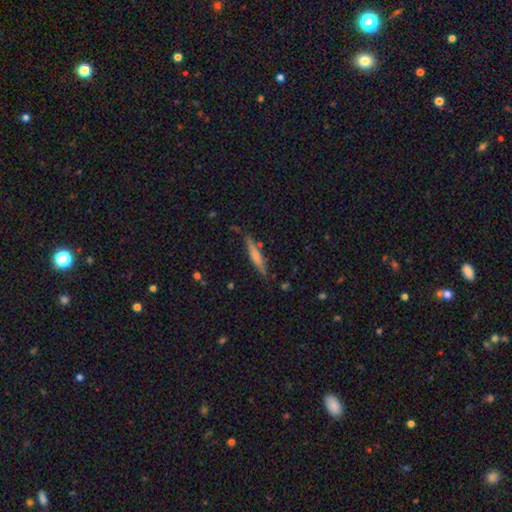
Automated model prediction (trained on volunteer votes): smooth 50%, featured or disk 43%, star or artifact 7%. Down the decision tree: merging — none (81%).